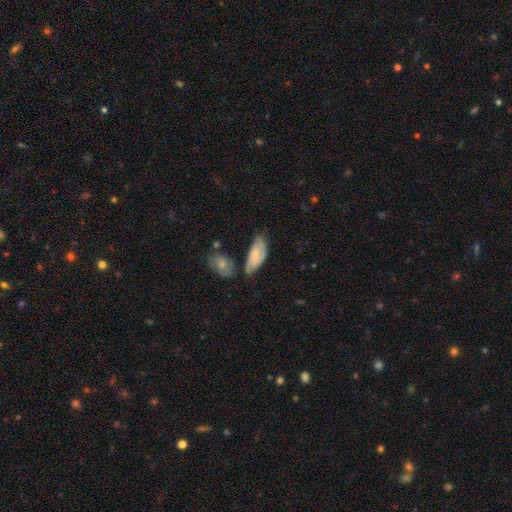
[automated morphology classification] A smooth galaxy with no disk features (67%) that is in between round and cigar-shaped (86%). Merging: none (45%).